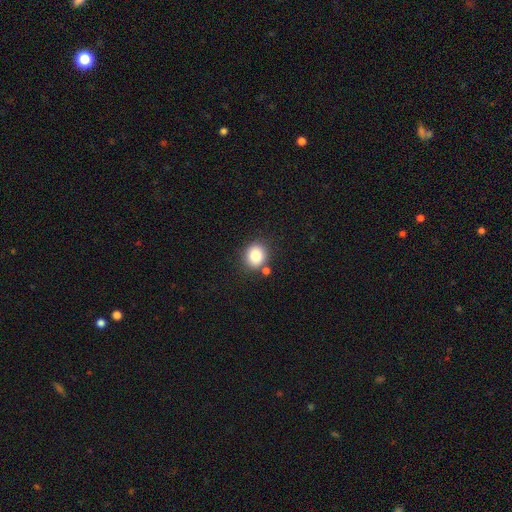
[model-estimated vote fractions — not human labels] smooth-or-featured: smooth: 83% | star or artifact: 10% | featured or disk: 7%
  how-rounded: round: 72% | in between: 27% | cigar-shaped: 1%
  merging: none: 78% | minor disturbance: 10% | merger: 10% | major disturbance: 3%